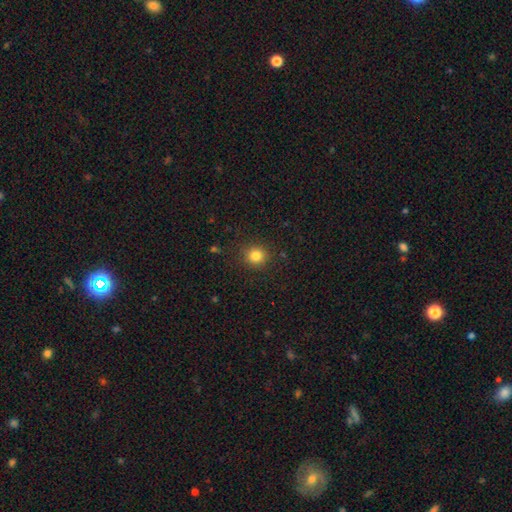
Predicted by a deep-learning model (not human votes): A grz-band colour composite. It shows a smooth galaxy with no disk features (82%) that is round (89%). Merging: none (89%).